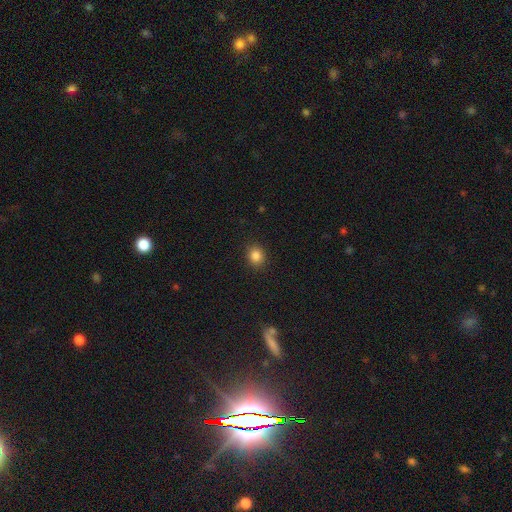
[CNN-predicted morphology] Overall: smooth (84%). How rounded: round (75%). Merging: none (90%).